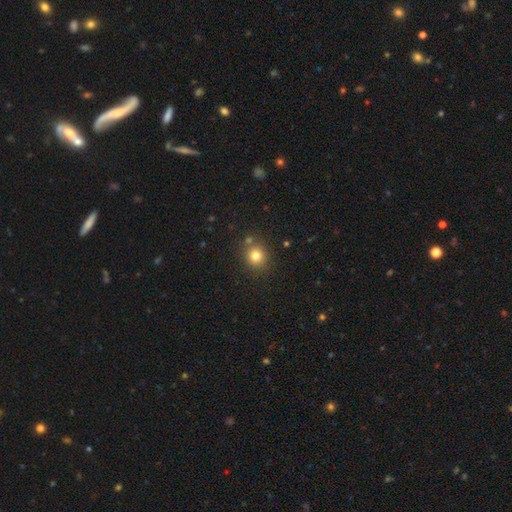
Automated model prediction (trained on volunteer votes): This is likely a smooth galaxy (80%). How rounded: clearly round (87%). Merging: clearly none (80%).